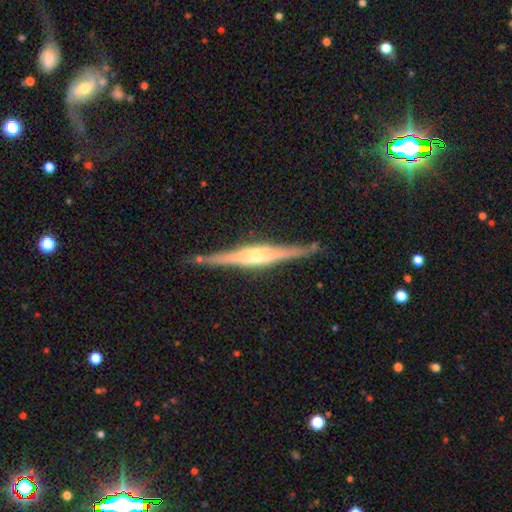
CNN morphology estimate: This is clearly a featured or disk galaxy (85%). It is clearly viewed edge-on (98%). Edge-on bulge: likely rounded (78%). Merging: clearly none (86%).